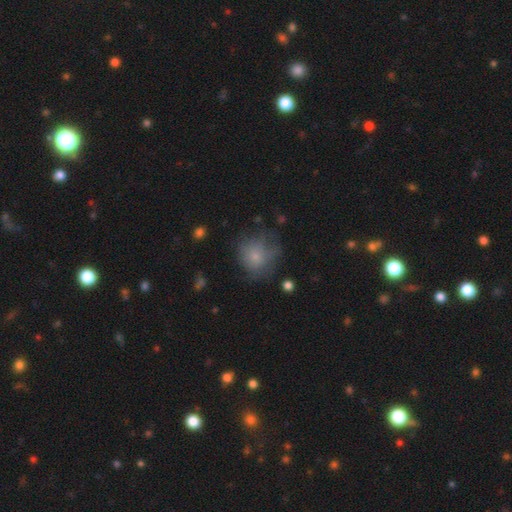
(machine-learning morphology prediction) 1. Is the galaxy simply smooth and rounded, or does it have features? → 71% smooth, 18% featured or disk, 11% star or artifact.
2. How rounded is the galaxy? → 83% round, 16% in between, 1% cigar-shaped.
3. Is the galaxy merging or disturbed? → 51% none, 27% minor disturbance, 20% major disturbance, 2% merger.